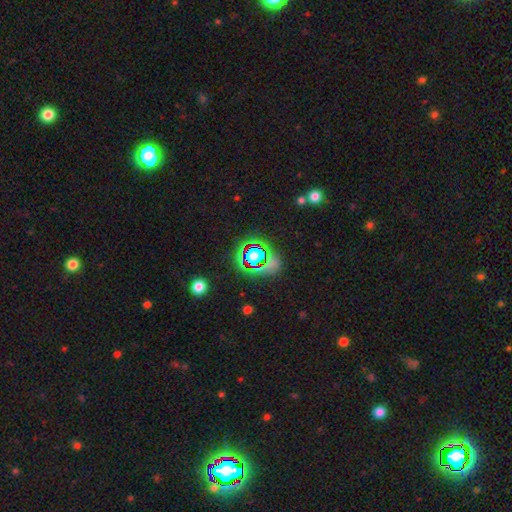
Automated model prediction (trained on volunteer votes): Smooth or featured? star or artifact (60%)